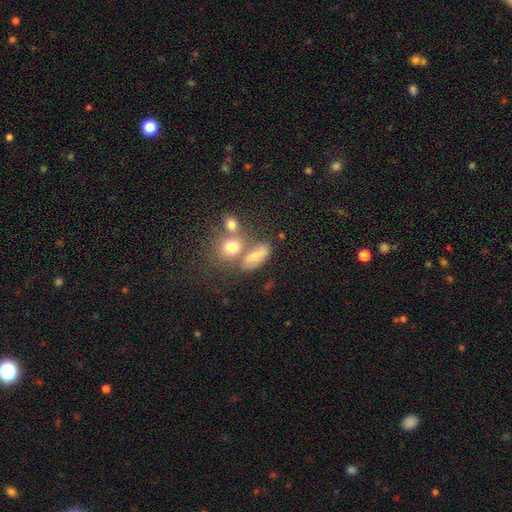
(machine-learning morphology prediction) A smooth galaxy with no disk features (69%) that is in between round and cigar-shaped (66%). Merging: none (47%).